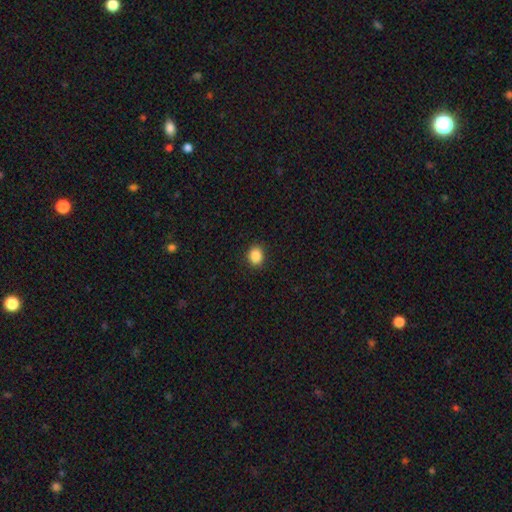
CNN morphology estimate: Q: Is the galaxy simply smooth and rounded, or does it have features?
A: smooth — 87%.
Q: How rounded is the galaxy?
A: round — 59%.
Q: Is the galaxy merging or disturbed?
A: none — 90%.